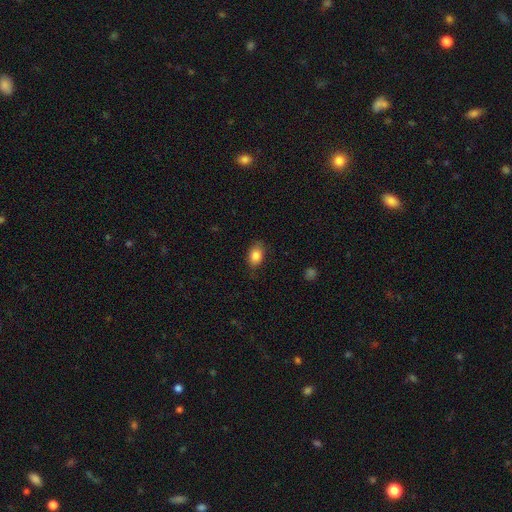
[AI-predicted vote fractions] A smooth galaxy with no disk features (85%) that is in between round and cigar-shaped (83%). Merging: none (77%).